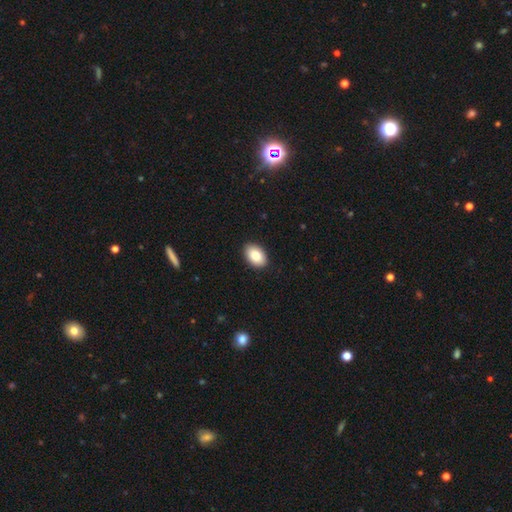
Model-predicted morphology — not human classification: Smooth or featured? smooth (87%)
How rounded? in between (89%)
Merging? none (90%)